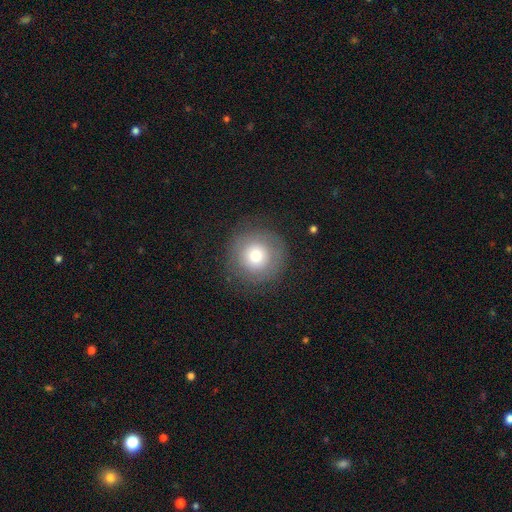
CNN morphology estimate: smooth_or_featured: smooth (p=0.69) [alt: featured or disk p=0.20]
how_rounded: round (p=0.95) [alt: in between p=0.04]
merging: none (p=0.83) [alt: minor disturbance p=0.10]